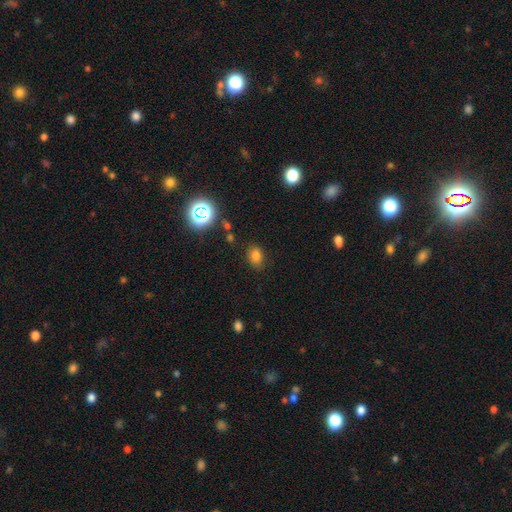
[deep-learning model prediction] smooth-or-featured: smooth: 76% | star or artifact: 17% | featured or disk: 6%
  how-rounded: in between: 69% | round: 30% | cigar-shaped: 1%
  merging: none: 83% | minor disturbance: 12% | major disturbance: 3% | merger: 2%